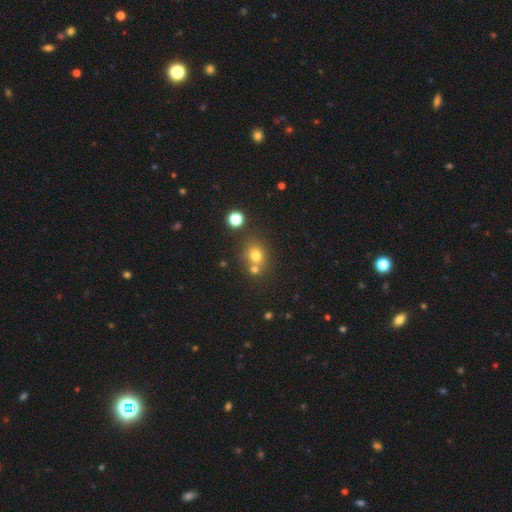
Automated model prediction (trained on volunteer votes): Smooth or featured?
  - smooth: 74% *
  - star or artifact: 16%
  - featured or disk: 10%
How rounded?
  - round: 73% *
  - in between: 26%
  - cigar-shaped: 1%
Merging?
  - none: 59% *
  - merger: 27%
  - minor disturbance: 10%
  - major disturbance: 4%